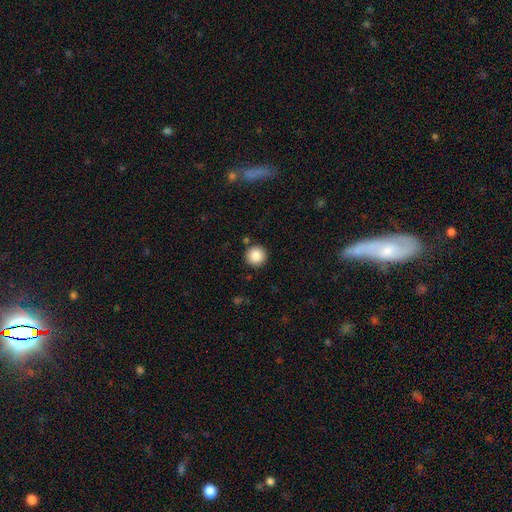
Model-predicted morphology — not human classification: A smooth galaxy with no disk features (86%) that is round (96%).

Vote fractions:
- Smooth or featured? smooth: 86% / star or artifact: 9% / featured or disk: 5%
- How rounded? round: 96% / in between: 3% / cigar-shaped: 1%
- Merging? none: 89% / minor disturbance: 6% / merger: 3% / major disturbance: 2%